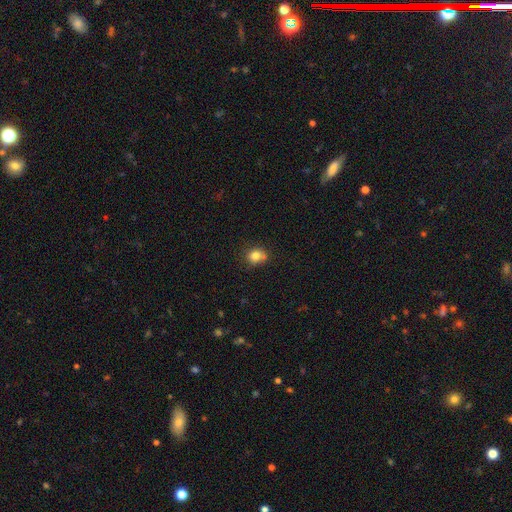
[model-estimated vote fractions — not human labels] This appears to be a smooth galaxy with no disk features (80%) that is round (72%). Merging: none (62%).